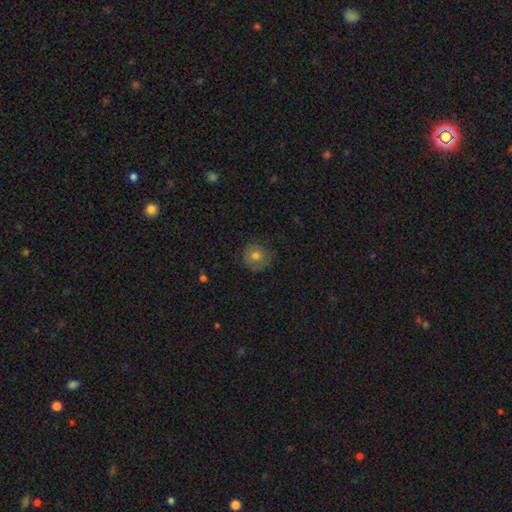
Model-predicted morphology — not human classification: Overall: smooth (72%). How rounded: round (92%). Merging: none (79%).